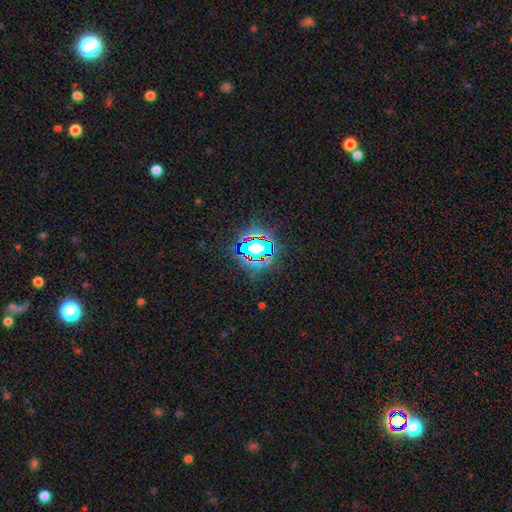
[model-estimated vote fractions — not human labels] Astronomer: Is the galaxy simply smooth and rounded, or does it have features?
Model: star or artifact — 80%.